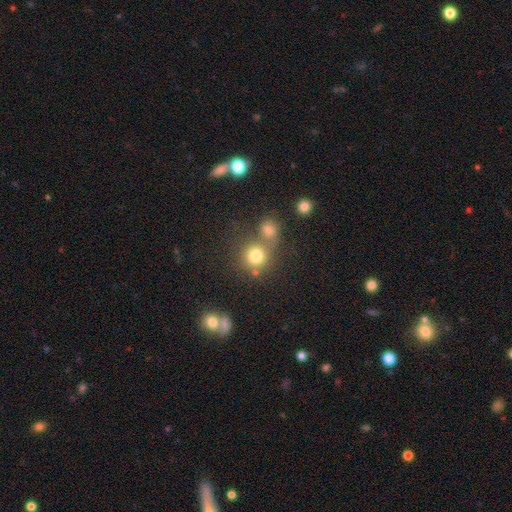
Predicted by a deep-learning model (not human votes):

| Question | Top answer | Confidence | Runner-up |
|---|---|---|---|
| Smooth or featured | smooth | 78% | star or artifact (14%) |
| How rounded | round | 88% | in between (11%) |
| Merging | none | 54% | merger (33%) |